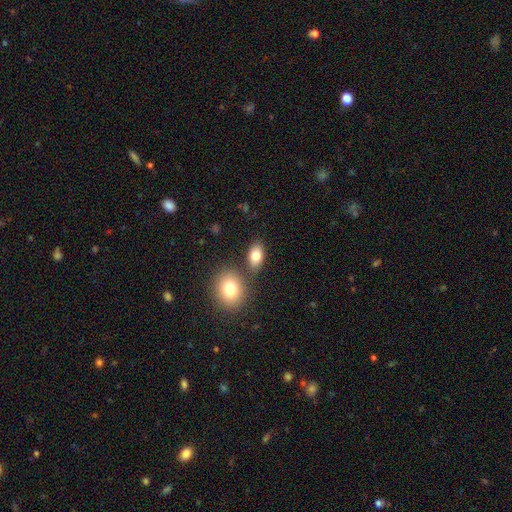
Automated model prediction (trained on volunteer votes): Smooth or featured? smooth (81%)
How rounded? in between (85%)
Merging? none (71%)